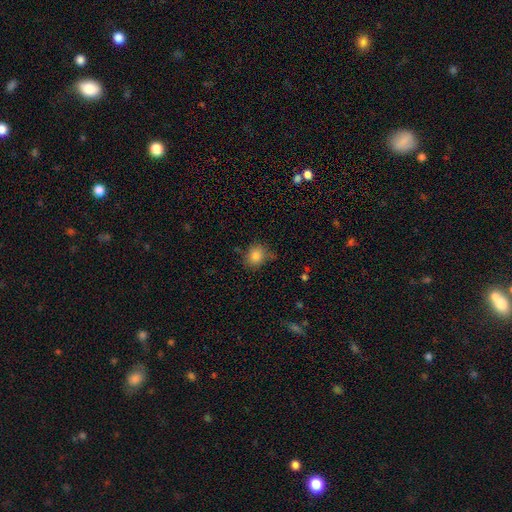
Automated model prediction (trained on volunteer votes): Q: Smooth or featured?
A: smooth (82%); runner-up: star or artifact (10%)
Q: How rounded?
A: round (72%); runner-up: in between (27%)
Q: Merging?
A: none (74%); runner-up: minor disturbance (19%)